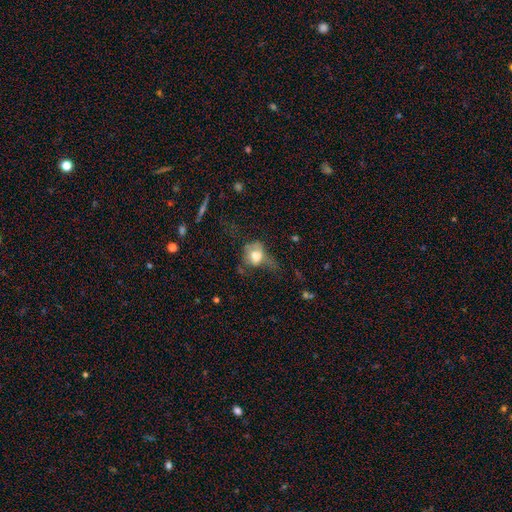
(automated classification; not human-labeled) The model was most divided on "how rounded": in between: 58%, round: 41%, cigar-shaped: 2%. Remaining: smooth or featured — smooth (64%); merging — major disturbance (46%).